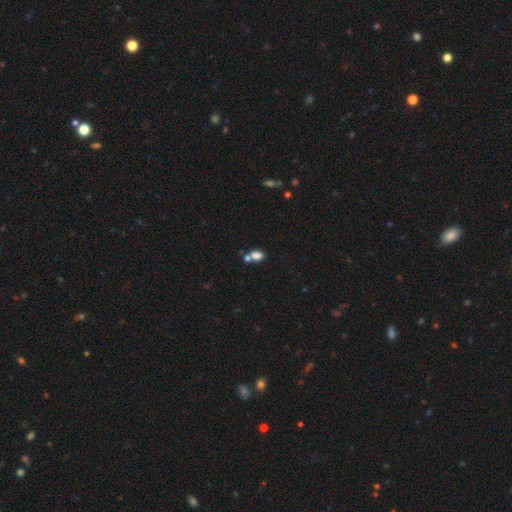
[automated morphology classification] Smooth or featured? Predicted: smooth (p=0.78). How rounded? Predicted: in between (p=0.78). Merging? Predicted: none (p=0.44).